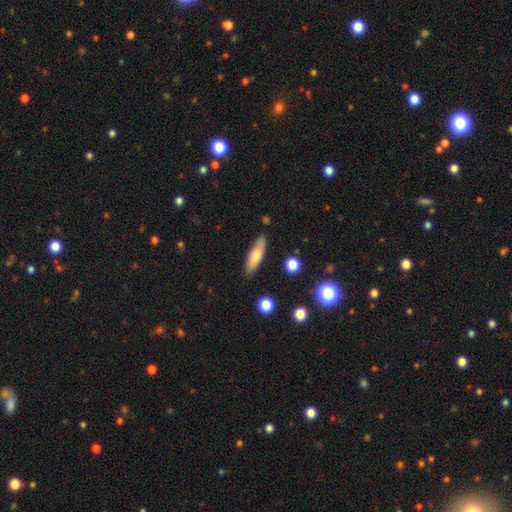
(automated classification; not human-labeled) smooth_or_featured: smooth (p=0.65) [alt: featured or disk p=0.29]
how_rounded: cigar-shaped (p=0.61) [alt: in between p=0.36]
merging: none (p=0.85) [alt: minor disturbance p=0.10]